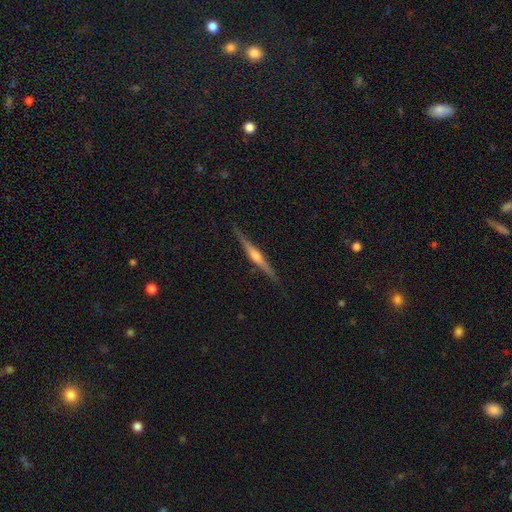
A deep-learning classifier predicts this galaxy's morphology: smooth-or-featured: featured or disk: 77% | smooth: 18% | star or artifact: 5%
  disk-edge-on: yes: 98% | no: 2%
    edge-on-bulge: rounded: 85% | none: 8% | boxy: 7%
  merging: none: 89% | minor disturbance: 9% | major disturbance: 2% | merger: 1%